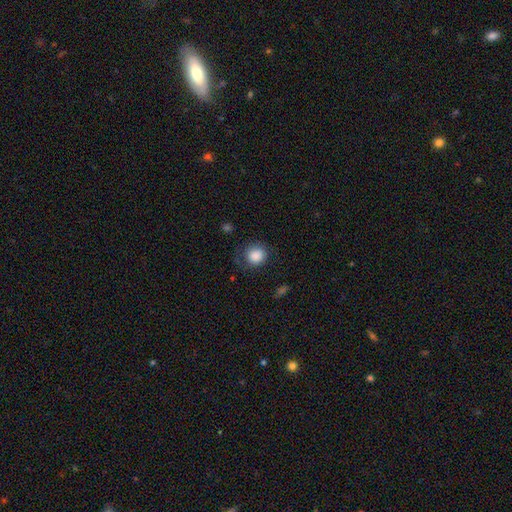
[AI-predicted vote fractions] This appears to be a smooth galaxy with no disk features (87%) that is round (80%). Merging: none (71%).